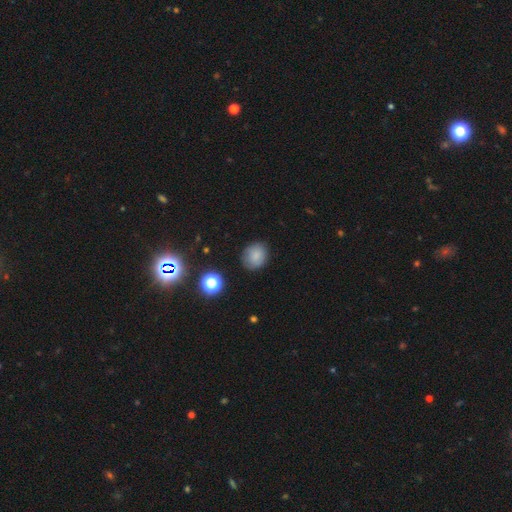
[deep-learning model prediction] smooth_or_featured: smooth (p=0.82) [alt: star or artifact p=0.12]
how_rounded: round (p=0.70) [alt: in between p=0.29]
merging: none (p=0.83) [alt: minor disturbance p=0.12]